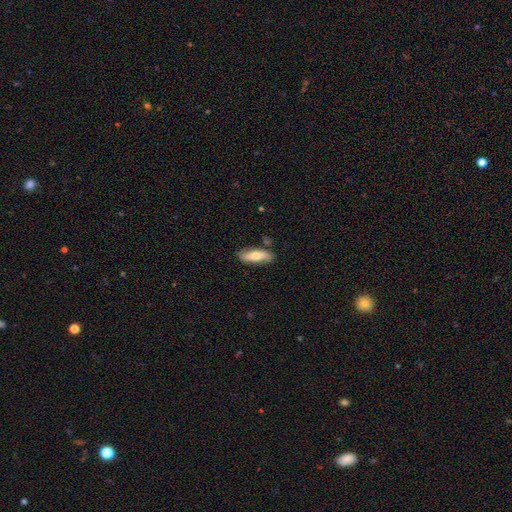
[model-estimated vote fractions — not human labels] smooth-or-featured: smooth: 68% | featured or disk: 26% | star or artifact: 6%
  how-rounded: in between: 58% | cigar-shaped: 40% | round: 2%
  merging: none: 80% | minor disturbance: 14% | merger: 3% | major disturbance: 3%